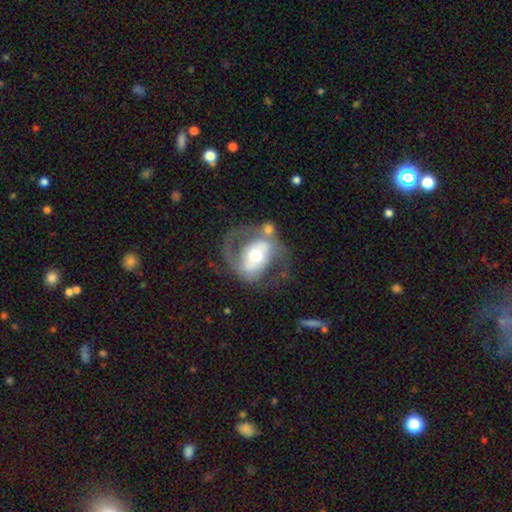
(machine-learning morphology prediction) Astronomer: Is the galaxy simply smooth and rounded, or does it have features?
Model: featured or disk — 71%.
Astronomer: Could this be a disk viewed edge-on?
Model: no — 95%.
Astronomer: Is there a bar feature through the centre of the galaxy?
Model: no — 43% (runner-up: weak, 30%).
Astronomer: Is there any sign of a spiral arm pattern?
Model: yes — 65%.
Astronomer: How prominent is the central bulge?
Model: moderate — 69%.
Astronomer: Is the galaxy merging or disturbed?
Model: none — 45% (runner-up: major disturbance, 24%).